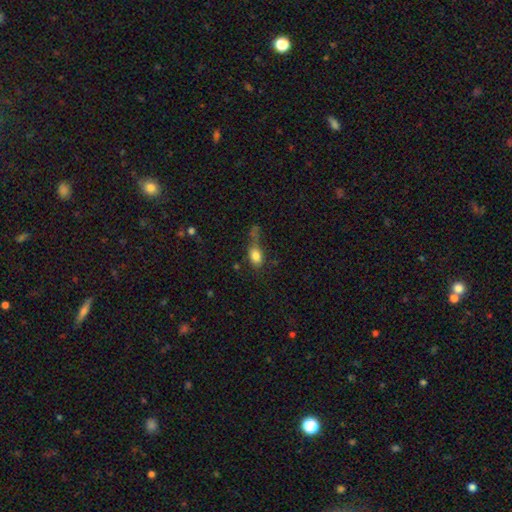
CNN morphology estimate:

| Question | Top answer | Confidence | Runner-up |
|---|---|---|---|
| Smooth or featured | smooth | 80% | featured or disk (11%) |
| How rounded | in between | 79% | round (15%) |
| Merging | none | 35% | major disturbance (27%) |